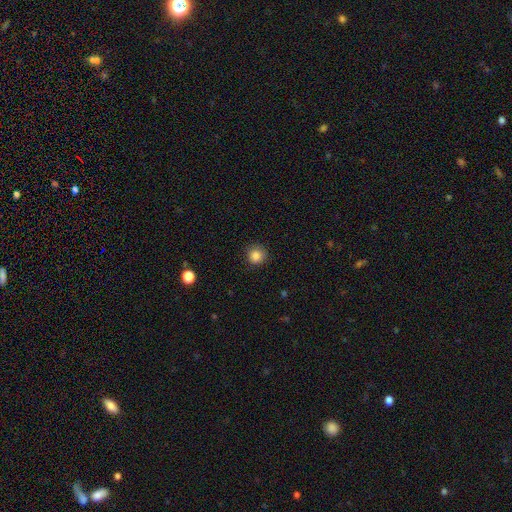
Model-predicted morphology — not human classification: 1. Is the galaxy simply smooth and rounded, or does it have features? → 86% smooth, 11% star or artifact, 4% featured or disk.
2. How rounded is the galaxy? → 92% round, 7% in between, 1% cigar-shaped.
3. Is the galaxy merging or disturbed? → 86% none, 11% minor disturbance, 3% major disturbance, 1% merger.